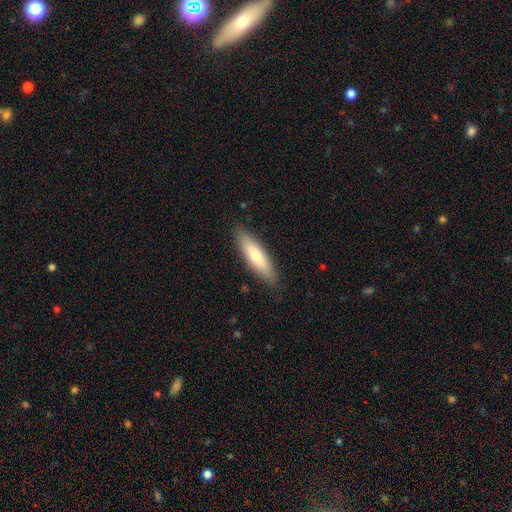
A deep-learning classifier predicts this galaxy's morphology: A smooth galaxy with no disk features (71%) that is cigar-shaped (66%). Merging: none (88%).